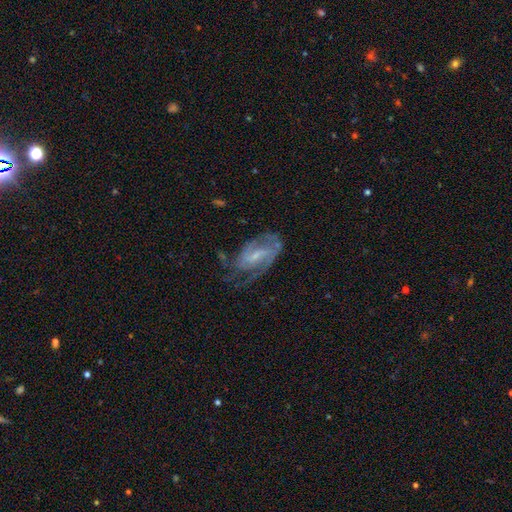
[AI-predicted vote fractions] Q: Smooth or featured?
A: featured or disk (82%); runner-up: smooth (12%)
Q: Edge-on disk?
A: no (96%); runner-up: yes (4%)
Q: Bar?
A: weak (52%); runner-up: no (25%)
Q: Spiral arms?
A: yes (92%); runner-up: no (8%)
Q: Spiral winding?
A: medium (47%); runner-up: tight (34%)
Q: Spiral arm count?
A: 2 (56%); runner-up: can't tell (19%)
Q: Bulge size?
A: small (62%); runner-up: moderate (25%)
Q: Merging?
A: none (50%); runner-up: minor disturbance (25%)